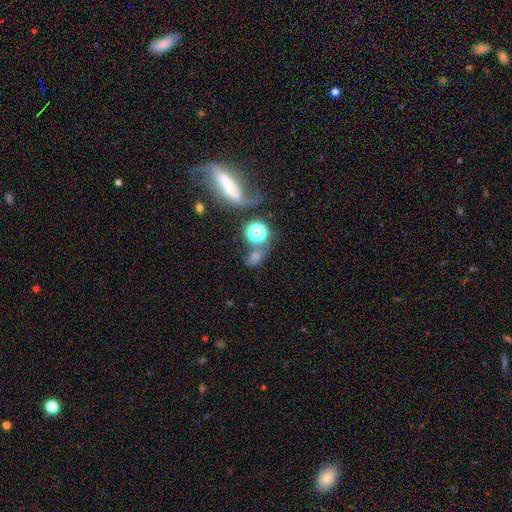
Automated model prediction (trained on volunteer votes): Overall: smooth (49%; star or artifact 34%). Merging: none (49%; merger 19%).